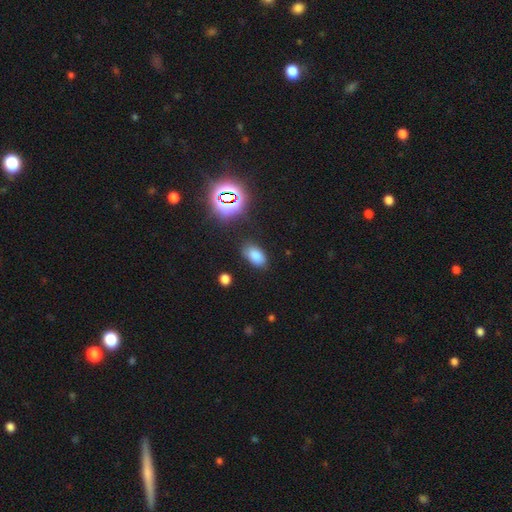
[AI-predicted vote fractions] smooth-or-featured: smooth: 78% | star or artifact: 16% | featured or disk: 6%
  how-rounded: in between: 92% | round: 6% | cigar-shaped: 2%
  merging: none: 79% | minor disturbance: 15% | major disturbance: 4% | merger: 2%